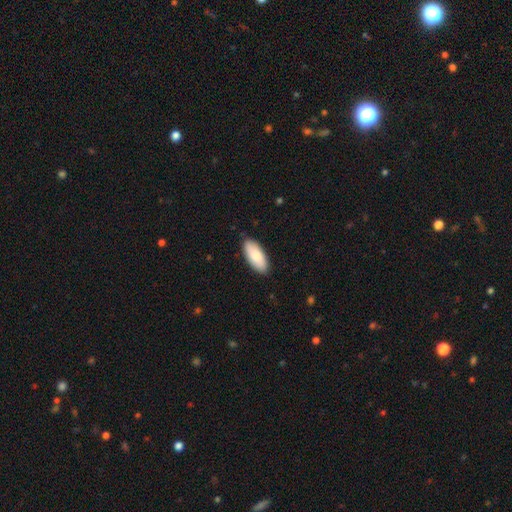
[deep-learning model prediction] A smooth galaxy with no disk features (83%) that is in between round and cigar-shaped (86%).

Vote fractions:
- Smooth or featured? smooth: 83% / featured or disk: 11% / star or artifact: 5%
- How rounded? in between: 86% / cigar-shaped: 12% / round: 2%
- Merging? none: 87% / minor disturbance: 10% / major disturbance: 2% / merger: 1%